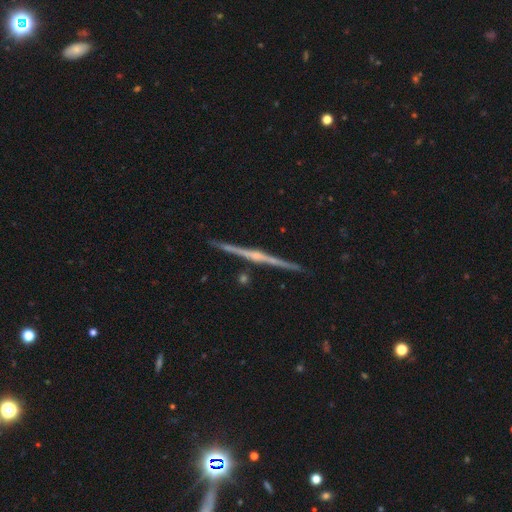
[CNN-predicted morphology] type=featured or disk (84%); edge-on=yes (99%); edge-on bulge=rounded (66%); merging=none (91%).